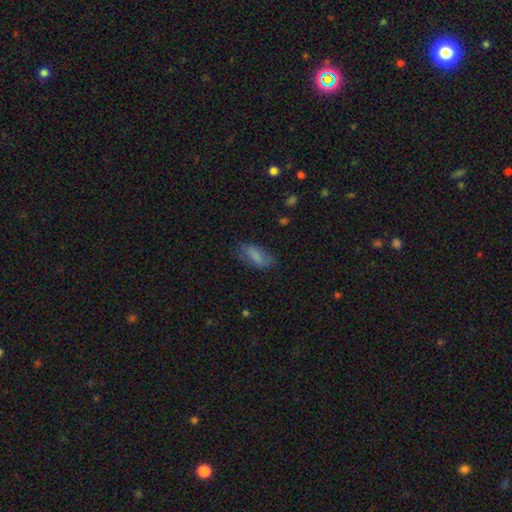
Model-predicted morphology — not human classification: Smooth or featured? smooth (70%)
How rounded? in between (82%)
Merging? none (66%)